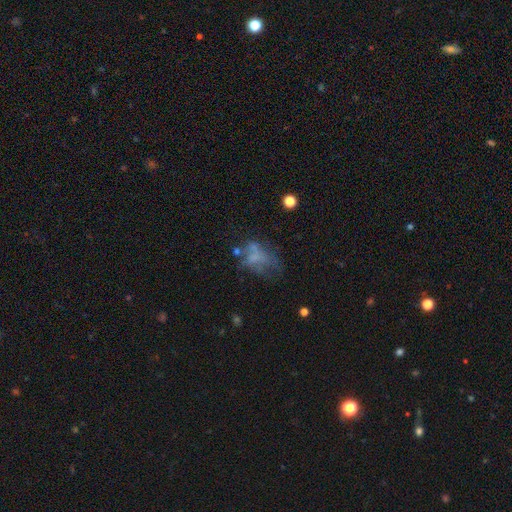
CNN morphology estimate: Overall: smooth (41%; featured or disk 40%). Merging: none (34%, tied with major disturbance).